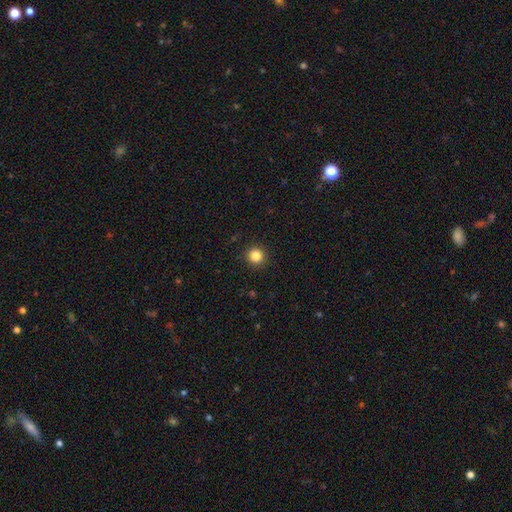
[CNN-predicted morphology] This is clearly a smooth galaxy (85%). How rounded: clearly round (94%). Merging: clearly none (92%).